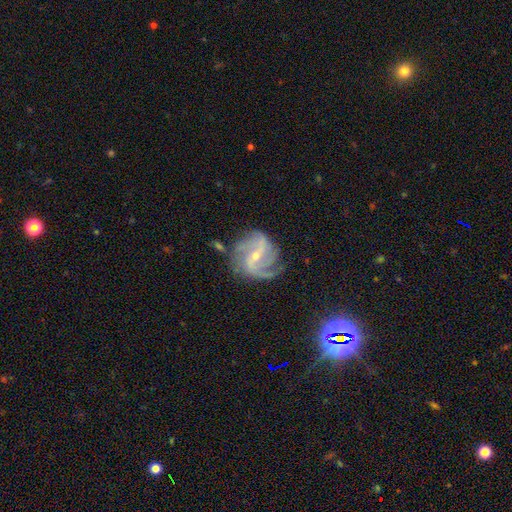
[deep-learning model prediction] Morphology: type=featured or disk (88%); edge-on=no (97%); bar=weak (44%); spiral arms=yes (97%); winding=medium (48%); arm count=2 (43%); bulge=small (68%); merging=none (68%).